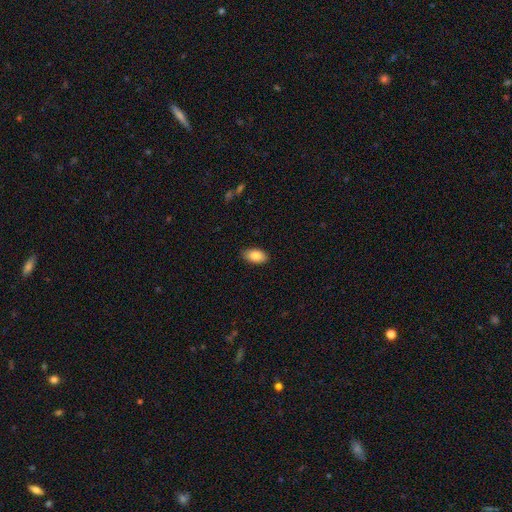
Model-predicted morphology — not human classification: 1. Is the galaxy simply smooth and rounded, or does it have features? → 87% smooth, 7% star or artifact, 6% featured or disk.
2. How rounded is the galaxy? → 94% in between, 4% round, 2% cigar-shaped.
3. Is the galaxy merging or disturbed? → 87% none, 10% minor disturbance, 2% major disturbance, 1% merger.